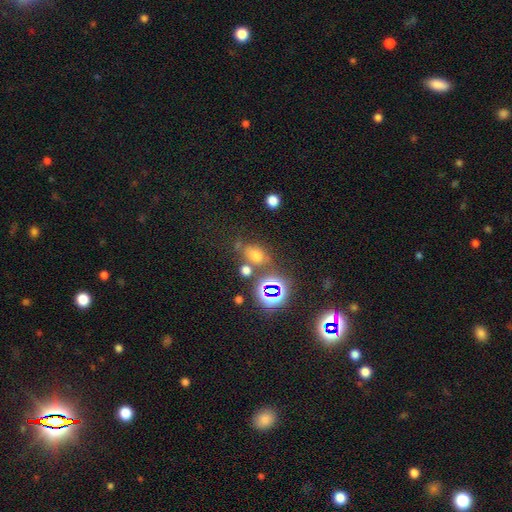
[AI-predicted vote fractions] smooth 57%, star or artifact 32%, featured or disk 11%. Down the decision tree: how rounded — in between (59%); merging — none (62%).